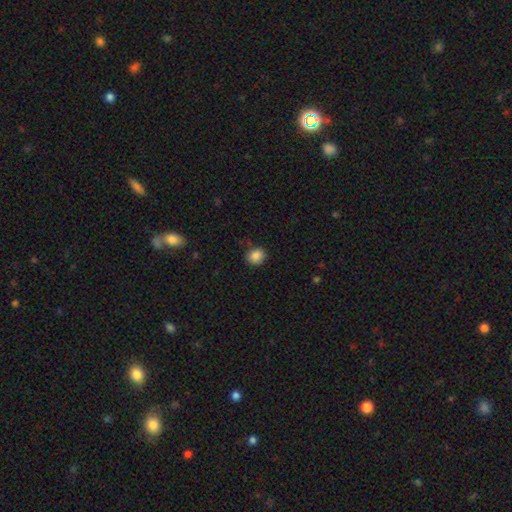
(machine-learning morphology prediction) This is clearly a smooth galaxy (86%). How rounded: likely round (68%). Merging: clearly none (82%).